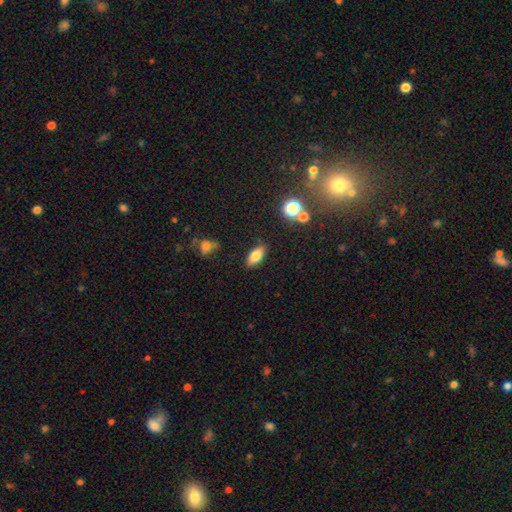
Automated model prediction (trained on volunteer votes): Q: Smooth or featured?
A: smooth (79%); runner-up: featured or disk (11%)
Q: How rounded?
A: in between (85%); runner-up: cigar-shaped (11%)
Q: Merging?
A: none (86%); runner-up: minor disturbance (9%)